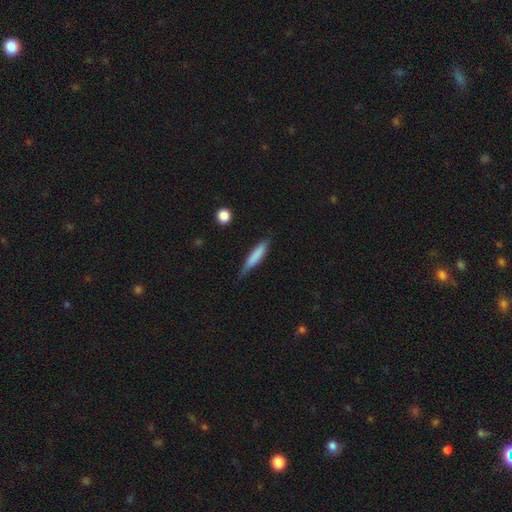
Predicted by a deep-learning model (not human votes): A smooth galaxy with no disk features (75%) that is cigar-shaped (87%).

Vote fractions:
- Smooth or featured? smooth: 75% / featured or disk: 19% / star or artifact: 6%
- How rounded? cigar-shaped: 87% / in between: 12% / round: 1%
- Merging? none: 71% / minor disturbance: 23% / major disturbance: 4% / merger: 2%